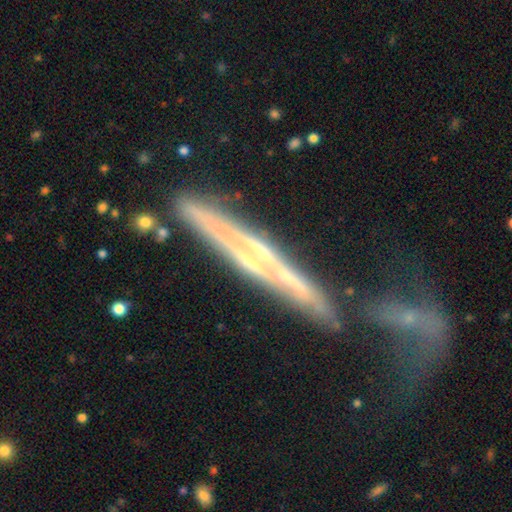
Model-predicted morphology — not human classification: featured or disk 78%, smooth 14%, star or artifact 8%. Down the decision tree: edge-on disk — yes (90%); edge-on bulge — none (53%); merging — none (60%).